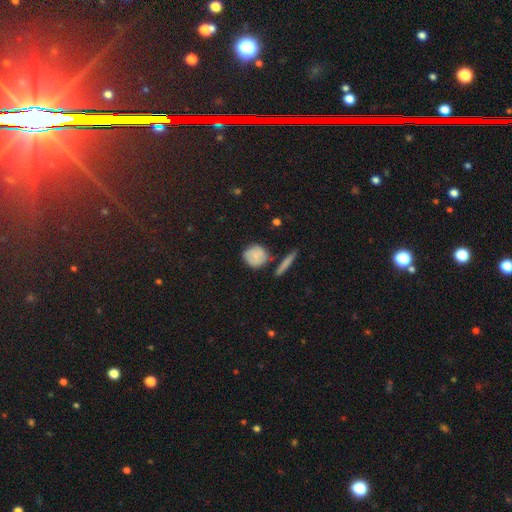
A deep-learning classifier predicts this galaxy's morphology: Q: Smooth or featured?
A: smooth (66%); runner-up: featured or disk (26%)
Q: How rounded?
A: round (81%); runner-up: in between (16%)
Q: Merging?
A: none (69%); runner-up: minor disturbance (18%)